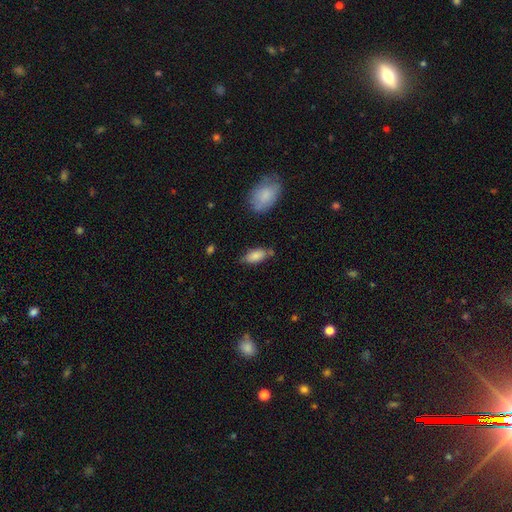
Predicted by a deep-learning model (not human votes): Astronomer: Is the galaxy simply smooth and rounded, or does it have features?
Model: smooth — 84%.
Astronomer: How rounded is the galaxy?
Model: in between — 88%.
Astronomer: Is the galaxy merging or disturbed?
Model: none — 67%.